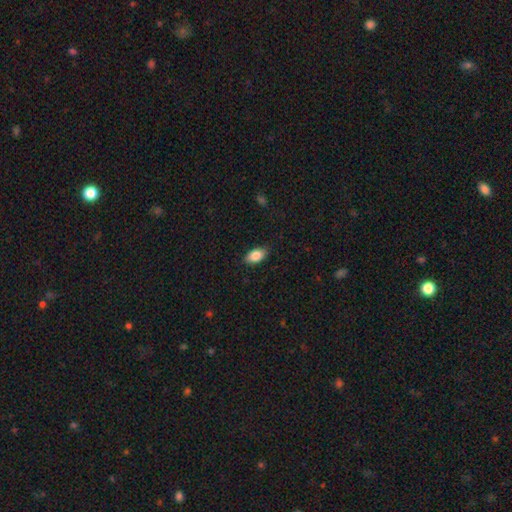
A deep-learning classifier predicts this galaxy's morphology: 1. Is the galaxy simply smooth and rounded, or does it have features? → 85% smooth, 8% featured or disk, 7% star or artifact.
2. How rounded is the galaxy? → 91% in between, 6% round, 3% cigar-shaped.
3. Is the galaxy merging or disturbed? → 87% none, 10% minor disturbance, 2% major disturbance, 1% merger.